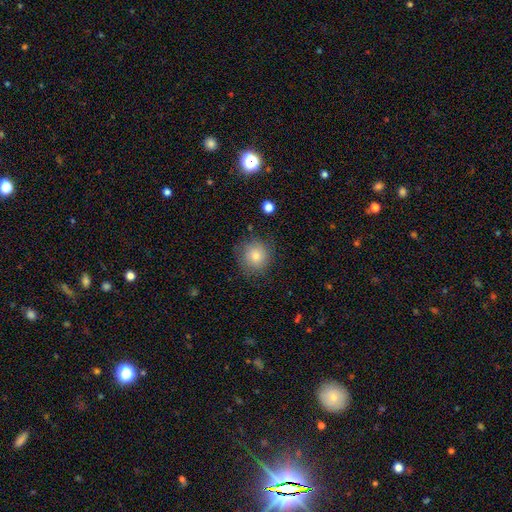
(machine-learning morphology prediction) smooth-or-featured: smooth: 74% | featured or disk: 14% | star or artifact: 13%
  how-rounded: round: 92% | in between: 7% | cigar-shaped: 1%
  merging: none: 82% | minor disturbance: 12% | major disturbance: 4% | merger: 1%